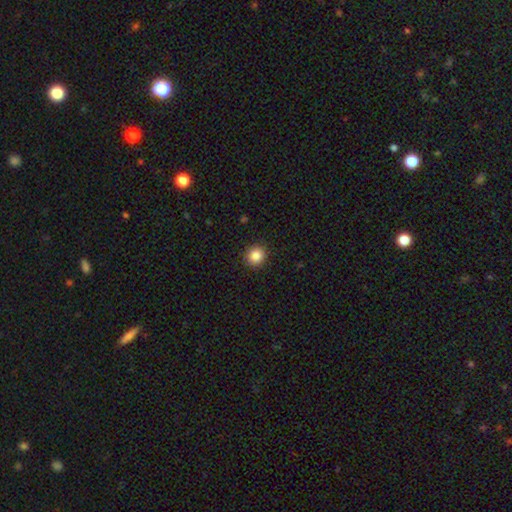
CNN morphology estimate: type=smooth (86%); roundness=round (88%); merging=none (91%).